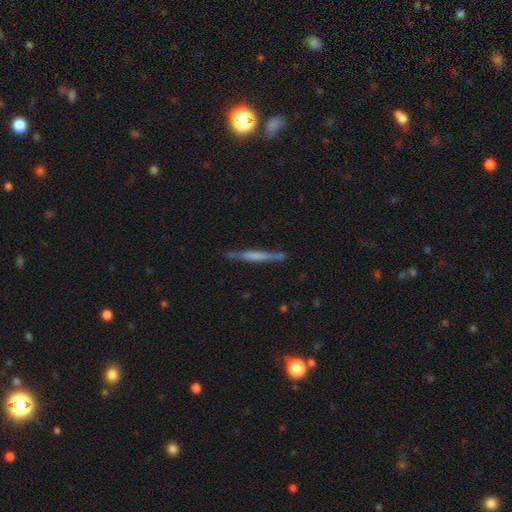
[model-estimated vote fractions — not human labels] Q: Smooth or featured?
A: featured or disk (53%); runner-up: smooth (41%)
Q: Edge-on disk?
A: yes (95%); runner-up: no (5%)
Q: Edge-on bulge?
A: none (46%); runner-up: boxy (34%)
Q: Merging?
A: none (79%); runner-up: minor disturbance (15%)